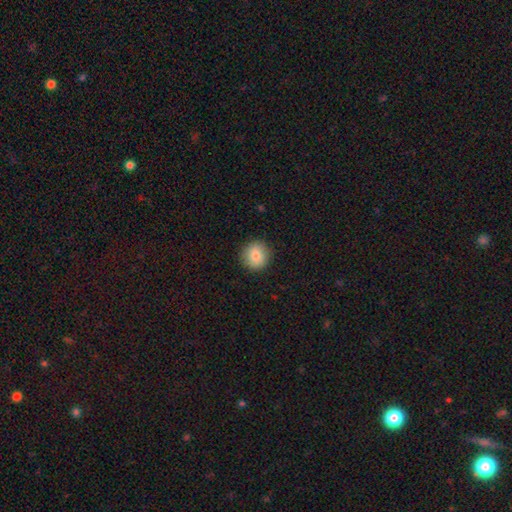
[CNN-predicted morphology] smooth-or-featured: smooth: 84% | star or artifact: 9% | featured or disk: 8%
  how-rounded: round: 92% | in between: 7% | cigar-shaped: 1%
  merging: none: 90% | minor disturbance: 7% | major disturbance: 2% | merger: 1%